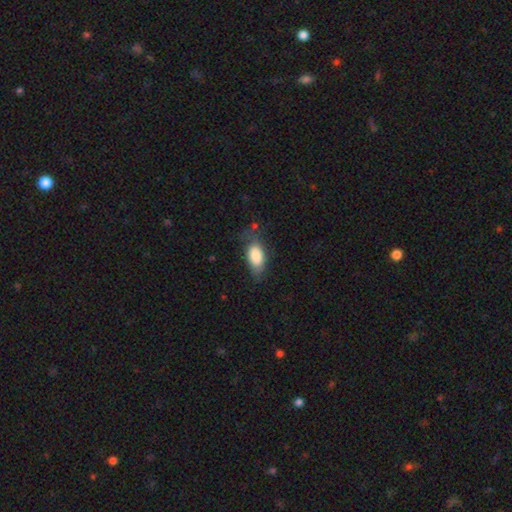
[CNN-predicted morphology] Smooth or featured: smooth — 82% (featured or disk — 12%)
How rounded: in between — 89% (cigar-shaped — 7%)
Merging: none — 60% (minor disturbance — 27%)